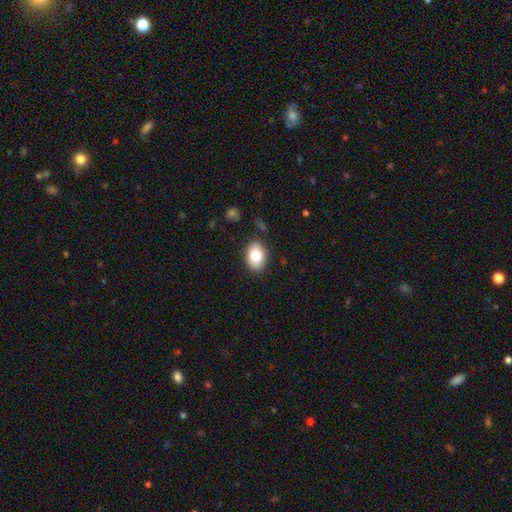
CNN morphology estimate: smooth_or_featured: smooth (p=0.80) [alt: featured or disk p=0.12]
how_rounded: in between (p=0.83) [alt: round p=0.16]
merging: none (p=0.86) [alt: minor disturbance p=0.10]